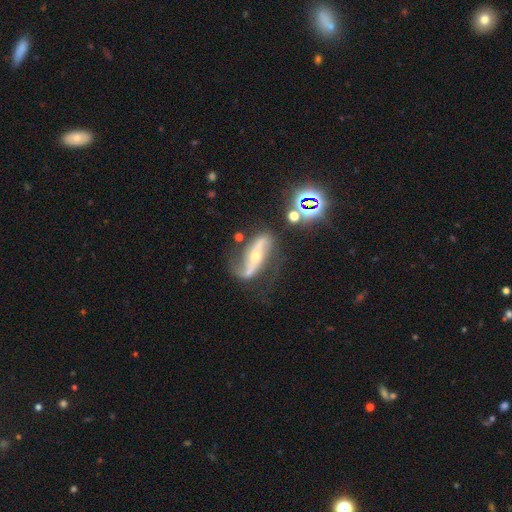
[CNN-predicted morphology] Smooth or featured: featured or disk — 84% (smooth — 8%)
Edge-on disk: no — 86% (yes — 14%)
Bar: strong — 48% (no — 32%)
Spiral arms: yes — 93% (no — 7%)
Spiral winding: loose — 74% (medium — 19%)
Spiral arm count: 2 — 90% (1 — 4%)
Bulge size: moderate — 52% (small — 42%)
Merging: none — 65% (minor disturbance — 19%)